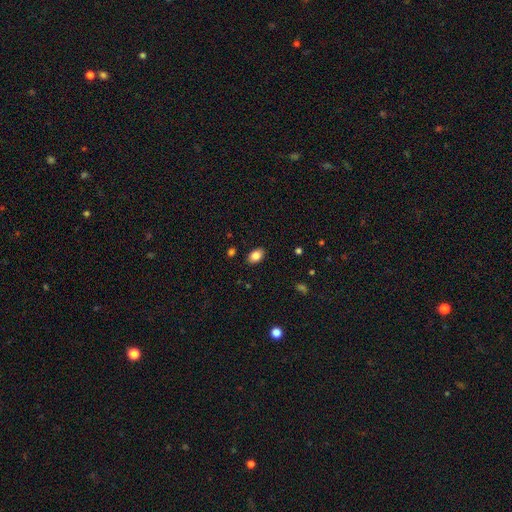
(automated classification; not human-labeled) Smooth or featured?
  - smooth: 85% *
  - star or artifact: 8%
  - featured or disk: 7%
How rounded?
  - in between: 88% *
  - round: 11%
  - cigar-shaped: 1%
Merging?
  - none: 88% *
  - minor disturbance: 9%
  - major disturbance: 2%
  - merger: 1%